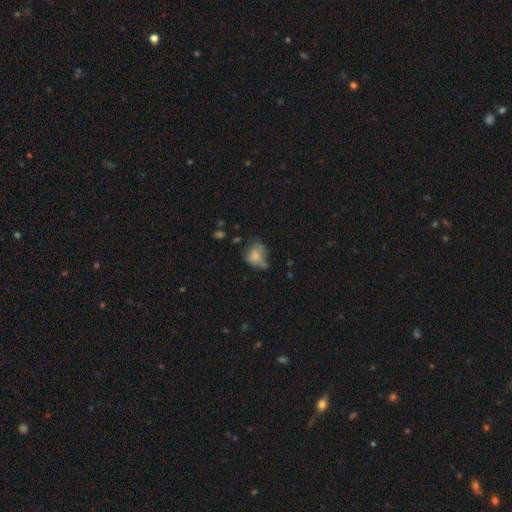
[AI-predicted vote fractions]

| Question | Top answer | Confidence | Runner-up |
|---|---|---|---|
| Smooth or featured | smooth | 60% | featured or disk (28%) |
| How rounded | in between | 52% | round (46%) |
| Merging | none | 37% | minor disturbance (31%) |